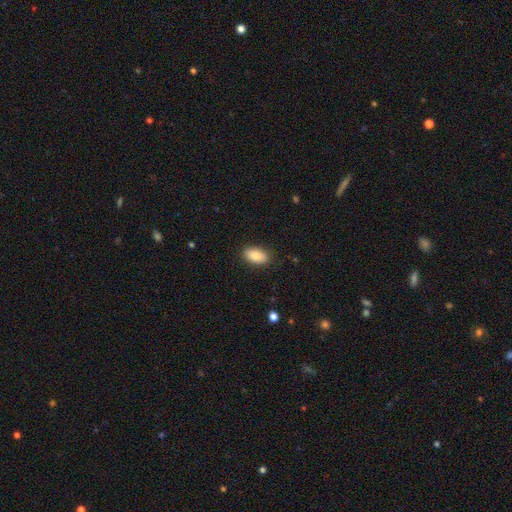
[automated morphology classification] A smooth galaxy with no disk features (87%) that is in between round and cigar-shaped (93%).

Vote fractions:
- Smooth or featured? smooth: 87% / star or artifact: 7% / featured or disk: 6%
- How rounded? in between: 93% / round: 5% / cigar-shaped: 3%
- Merging? none: 87% / minor disturbance: 10% / major disturbance: 2% / merger: 1%